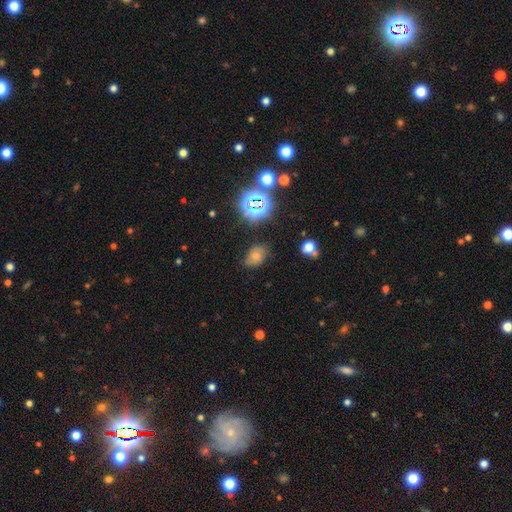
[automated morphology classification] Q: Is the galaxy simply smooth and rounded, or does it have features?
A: smooth — 60%.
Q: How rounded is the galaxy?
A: in between — 76%.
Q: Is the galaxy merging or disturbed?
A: none — 72%.